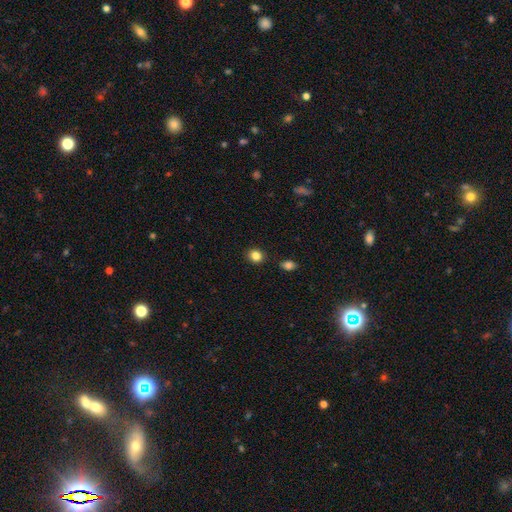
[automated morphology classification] smooth_or_featured: smooth (p=0.84) [alt: star or artifact p=0.11]
how_rounded: round (p=0.72) [alt: in between p=0.27]
merging: none (p=0.88) [alt: minor disturbance p=0.08]